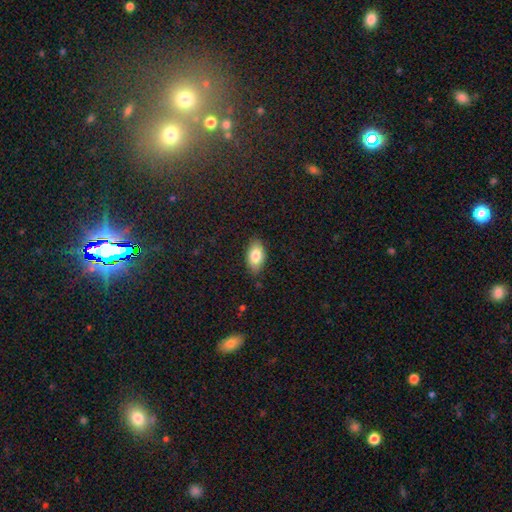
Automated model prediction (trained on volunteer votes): The model was most divided on "smooth or featured": smooth: 82%, featured or disk: 11%, star or artifact: 7%. More confident: how rounded — in between (93%); merging — none (84%).